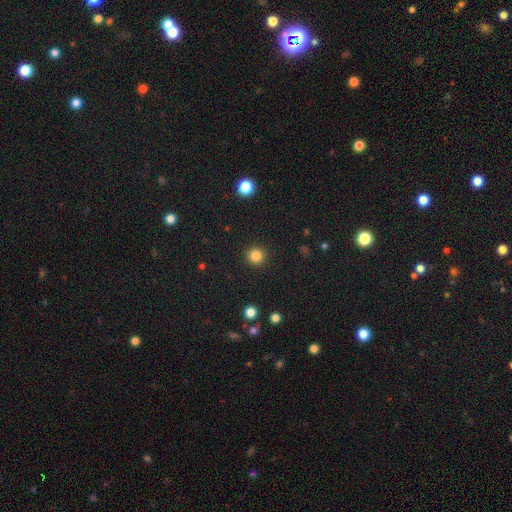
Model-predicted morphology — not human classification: Smooth or featured? smooth (85%)
How rounded? round (95%)
Merging? none (92%)